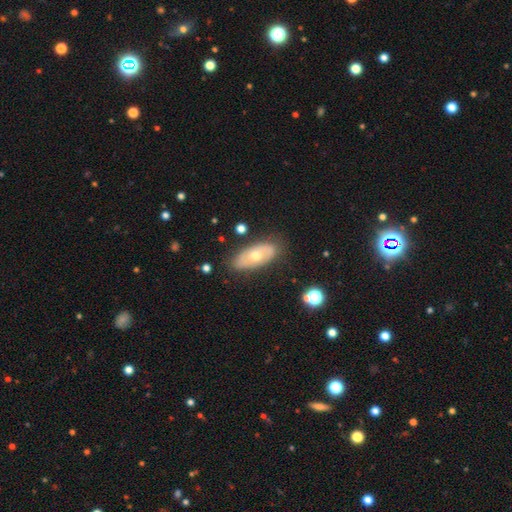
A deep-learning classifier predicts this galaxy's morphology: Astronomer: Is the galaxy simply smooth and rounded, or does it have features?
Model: featured or disk — 49% (runner-up: smooth, 44%).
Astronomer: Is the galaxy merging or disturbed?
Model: none — 82%.